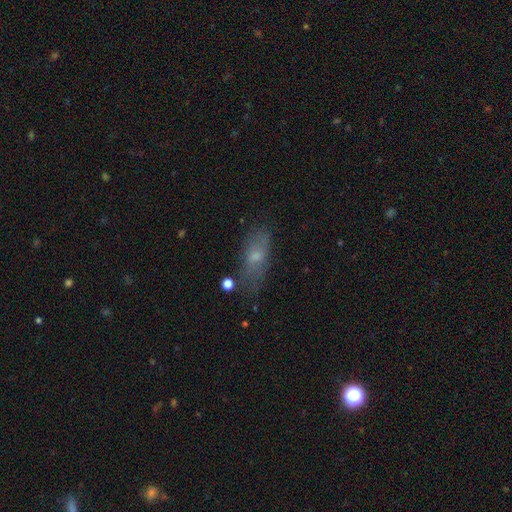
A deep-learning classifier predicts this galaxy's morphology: This appears to be a smooth galaxy with no disk features (61%) that is in between round and cigar-shaped (70%). Merging: none (66%).